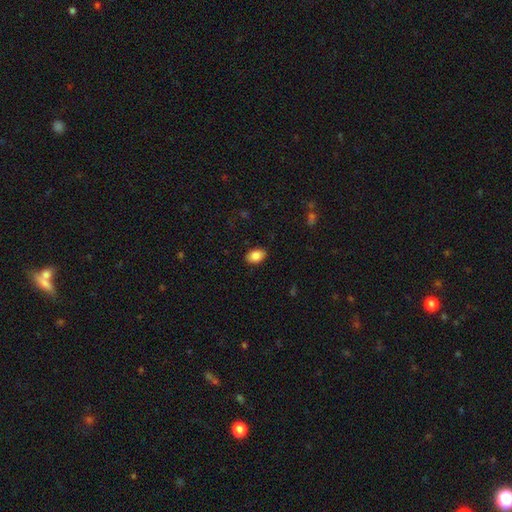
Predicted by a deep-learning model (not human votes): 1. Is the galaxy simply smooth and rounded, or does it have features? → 87% smooth, 8% star or artifact, 6% featured or disk.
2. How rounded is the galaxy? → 86% in between, 13% round, 1% cigar-shaped.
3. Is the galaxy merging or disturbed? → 87% none, 10% minor disturbance, 2% major disturbance, 1% merger.